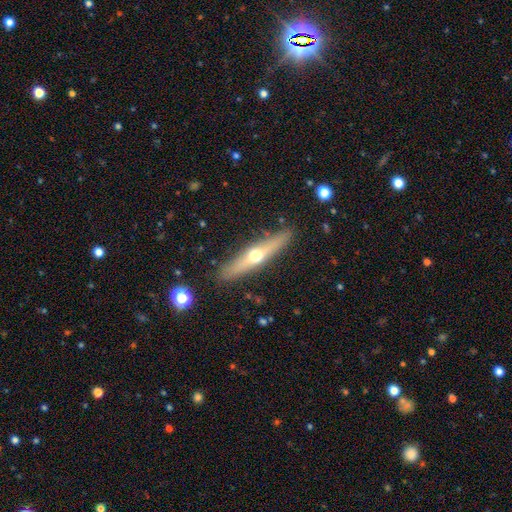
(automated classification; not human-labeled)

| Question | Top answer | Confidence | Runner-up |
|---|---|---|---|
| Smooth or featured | featured or disk | 56% | smooth (38%) |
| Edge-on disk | yes | 90% | no (10%) |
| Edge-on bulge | rounded | 92% | none (6%) |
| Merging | none | 88% | minor disturbance (8%) |